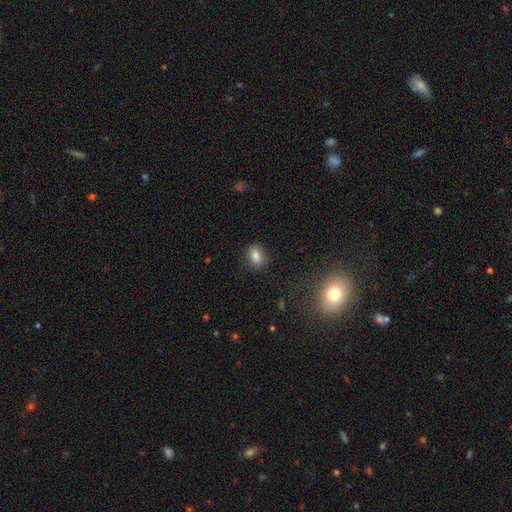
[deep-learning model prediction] smooth_or_featured: smooth (p=0.82) [alt: star or artifact p=0.11]
how_rounded: in between (p=0.60) [alt: round p=0.38]
merging: none (p=0.87) [alt: minor disturbance p=0.10]